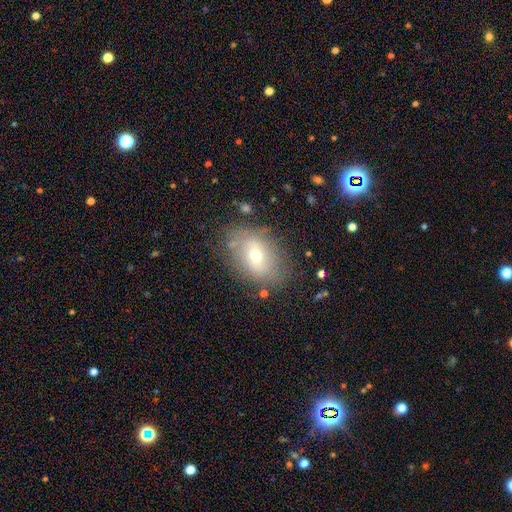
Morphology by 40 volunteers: Smooth or featured? 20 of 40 (50%) said smooth. How rounded? 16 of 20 (80%) said in between. Merging? 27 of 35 (77%) said none.